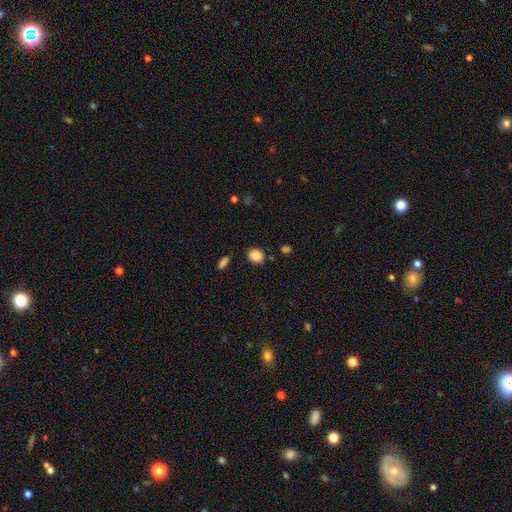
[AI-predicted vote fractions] Q: Smooth or featured?
A: smooth (87%); runner-up: star or artifact (9%)
Q: How rounded?
A: round (62%); runner-up: in between (37%)
Q: Merging?
A: none (85%); runner-up: minor disturbance (9%)